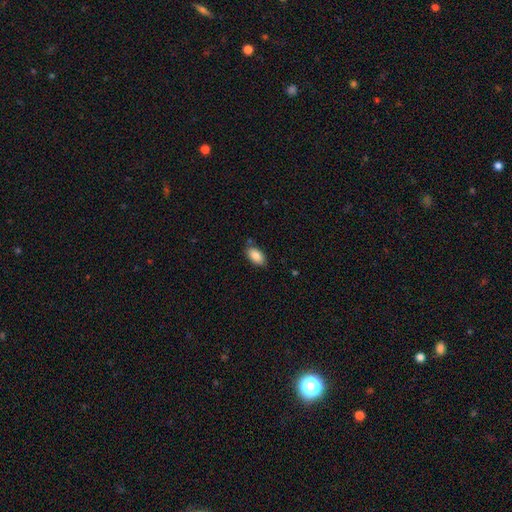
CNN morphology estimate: smooth_or_featured: smooth (p=0.84) [alt: featured or disk p=0.09]
how_rounded: in between (p=0.94) [alt: round p=0.04]
merging: none (p=0.78) [alt: minor disturbance p=0.16]